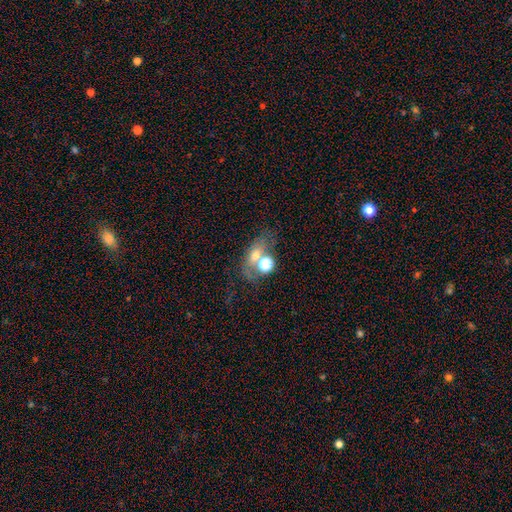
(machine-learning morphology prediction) The model was most divided on "merging": none: 42%, merger: 34%, minor disturbance: 13%, major disturbance: 11%. Remaining: smooth or featured — smooth (48%).